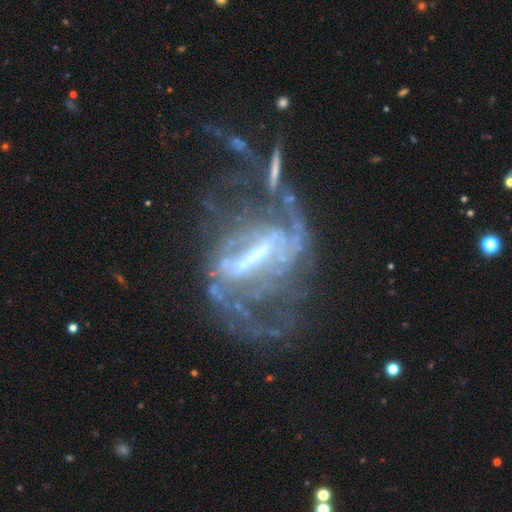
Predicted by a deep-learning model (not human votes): This appears to be a featured or disk galaxy (85%) with a strong bar (73%), 2 (53%) medium (39%) spiral arms (82%) and a moderate central bulge (38%). Merging: major disturbance (37%).